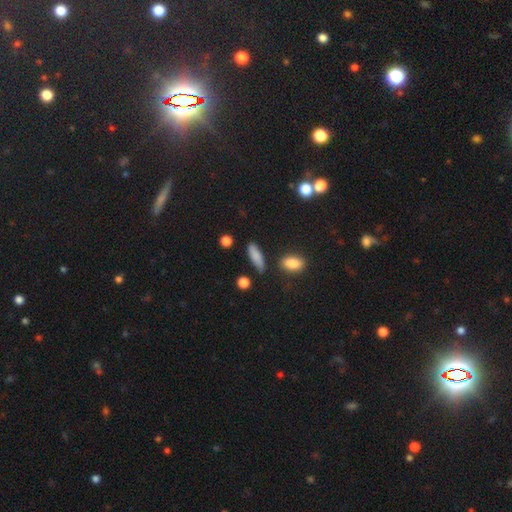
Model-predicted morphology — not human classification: Smooth or featured?
  - smooth: 80% *
  - featured or disk: 11%
  - star or artifact: 8%
How rounded?
  - cigar-shaped: 48% * (tied)
  - in between: 48% * (tied)
  - round: 5%
Merging?
  - none: 73% *
  - minor disturbance: 18%
  - merger: 4%
  - major disturbance: 4%